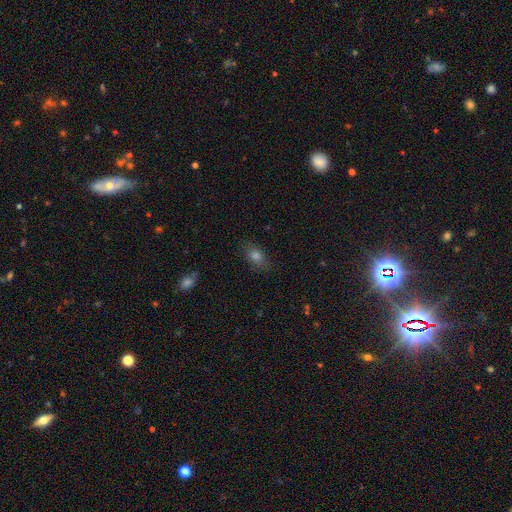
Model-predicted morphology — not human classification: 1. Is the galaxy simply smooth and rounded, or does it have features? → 76% smooth, 13% star or artifact, 11% featured or disk.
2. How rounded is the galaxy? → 80% in between, 15% round, 5% cigar-shaped.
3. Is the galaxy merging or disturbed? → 81% none, 14% minor disturbance, 3% major disturbance, 1% merger.